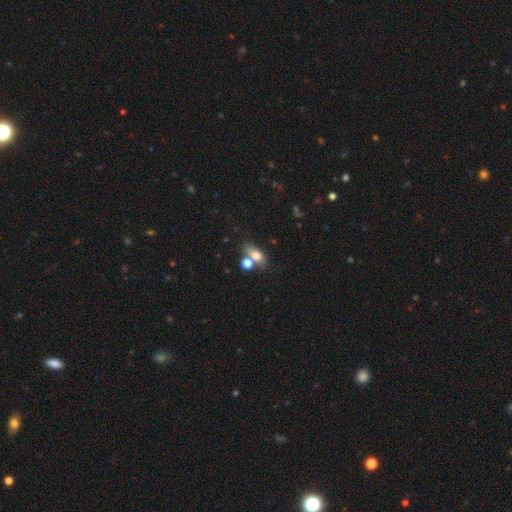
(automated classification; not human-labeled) Smooth or featured?
  - smooth: 72% *
  - featured or disk: 17%
  - star or artifact: 11%
How rounded?
  - in between: 73% *
  - round: 18%
  - cigar-shaped: 9%
Merging?
  - none: 50% *
  - merger: 31%
  - minor disturbance: 13%
  - major disturbance: 6%